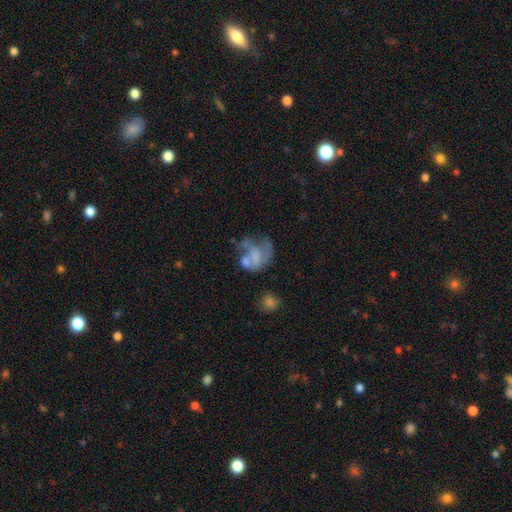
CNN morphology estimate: type=smooth (45%); merging=major disturbance (36%).